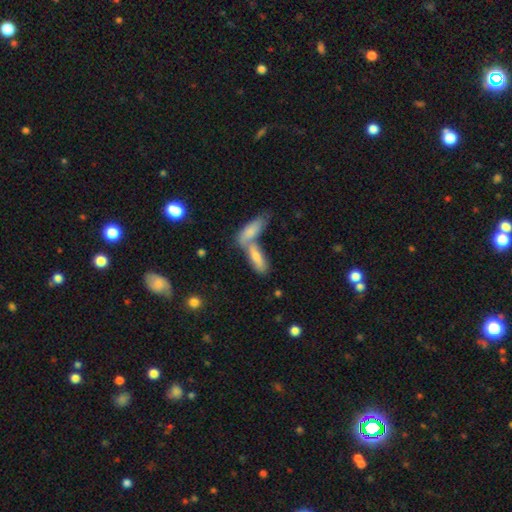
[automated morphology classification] Smooth or featured? Predicted: smooth (p=0.63). How rounded? Predicted: in between (p=0.52). Merging? Predicted: merger (p=0.55).